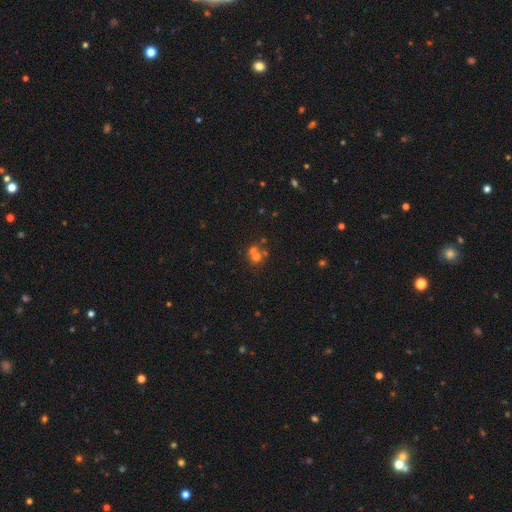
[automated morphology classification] A smooth galaxy with no disk features (58%) that is round (81%).

Vote fractions:
- Smooth or featured? smooth: 58% / star or artifact: 22% / featured or disk: 20%
- How rounded? round: 81% / in between: 18% / cigar-shaped: 1%
- Merging? merger: 46% / none: 43% / minor disturbance: 7% / major disturbance: 4%